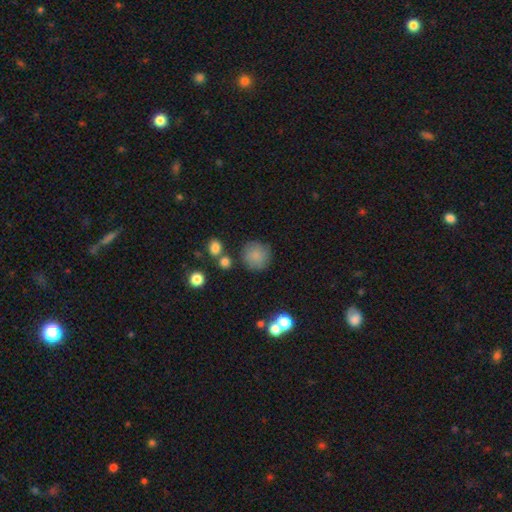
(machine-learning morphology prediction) smooth 83%, star or artifact 10%, featured or disk 7%. Down the decision tree: how rounded — round (92%); merging — none (77%).